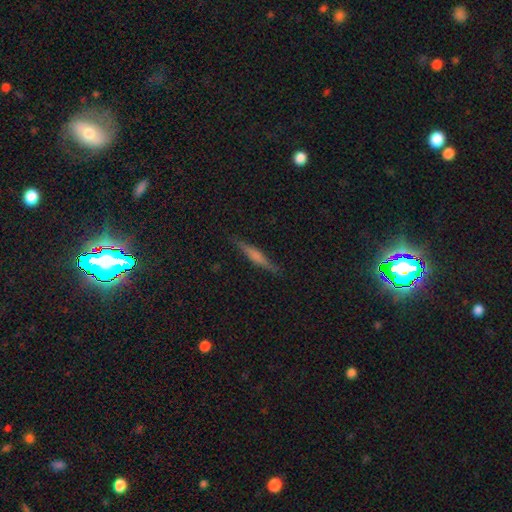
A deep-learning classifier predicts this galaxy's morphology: Q: Smooth or featured?
A: featured or disk (54%); runner-up: smooth (37%)
Q: Edge-on disk?
A: yes (97%); runner-up: no (3%)
Q: Edge-on bulge?
A: rounded (45%); runner-up: none (31%)
Q: Merging?
A: none (88%); runner-up: minor disturbance (9%)